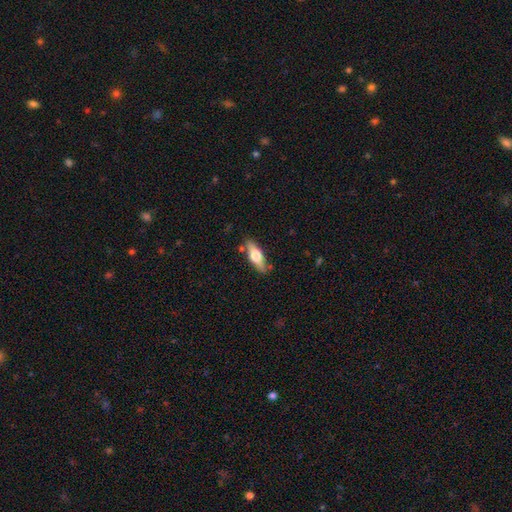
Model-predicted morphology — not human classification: The model was most divided on "smooth or featured": smooth: 54%, featured or disk: 40%, star or artifact: 6%. More confident: merging — none (80%); how rounded — in between (58%).